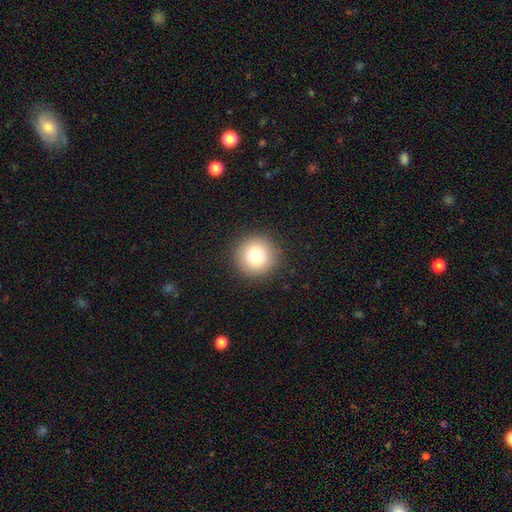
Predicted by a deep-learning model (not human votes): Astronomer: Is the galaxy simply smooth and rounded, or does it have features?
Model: smooth — 80%.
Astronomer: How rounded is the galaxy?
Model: round — 95%.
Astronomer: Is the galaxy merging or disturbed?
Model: none — 91%.